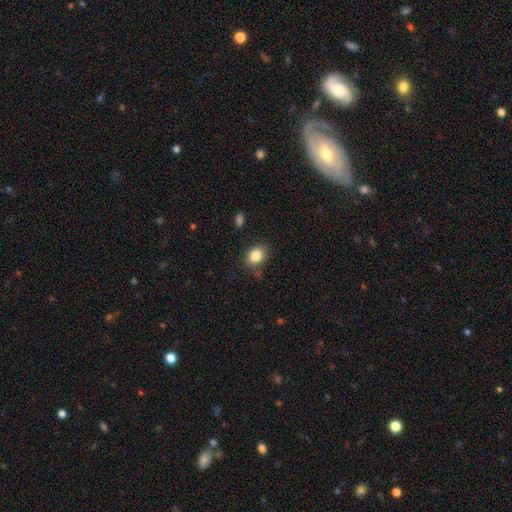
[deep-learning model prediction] Smooth or featured? smooth (85%)
How rounded? in between (56%)
Merging? none (80%)